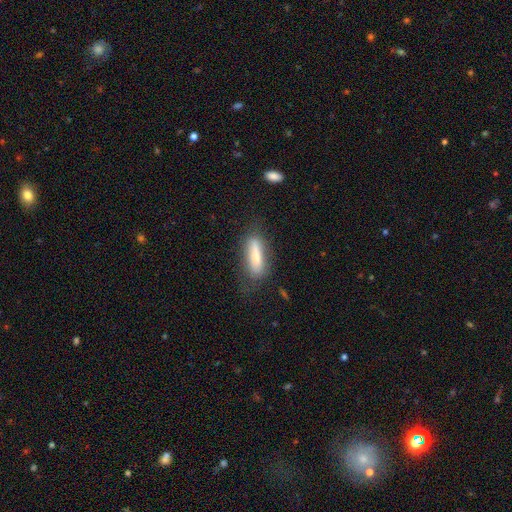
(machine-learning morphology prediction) type=smooth (68%); roundness=cigar-shaped (61%); merging=none (68%).